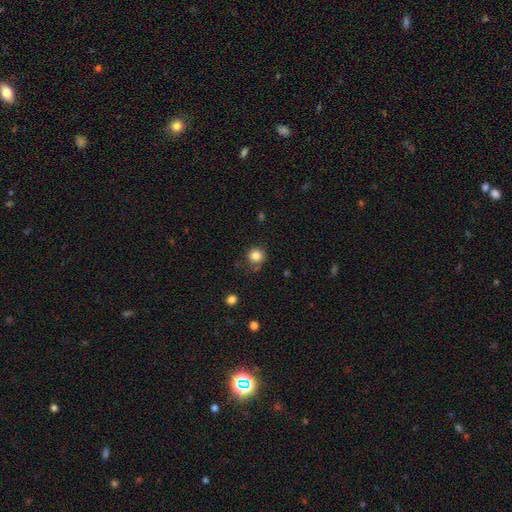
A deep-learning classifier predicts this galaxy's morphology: A smooth galaxy with no disk features (83%) that is round (91%).

Vote fractions:
- Smooth or featured? smooth: 83% / star or artifact: 12% / featured or disk: 5%
- How rounded? round: 91% / in between: 9% / cigar-shaped: 1%
- Merging? none: 76% / minor disturbance: 16% / major disturbance: 5% / merger: 3%